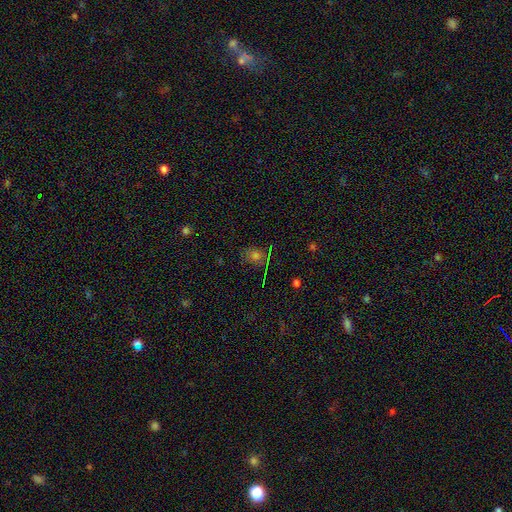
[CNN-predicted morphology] smooth_or_featured: smooth (p=0.46) [alt: star or artifact p=0.38]
merging: none (p=0.75) [alt: minor disturbance p=0.16]